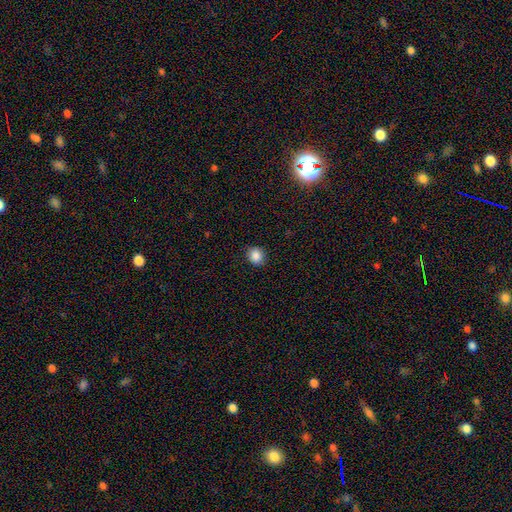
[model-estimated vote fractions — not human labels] A smooth galaxy with no disk features (87%) that is round (72%).

Vote fractions:
- Smooth or featured? smooth: 87% / star or artifact: 10% / featured or disk: 3%
- How rounded? round: 72% / in between: 27% / cigar-shaped: 1%
- Merging? none: 89% / minor disturbance: 8% / major disturbance: 2% / merger: 1%